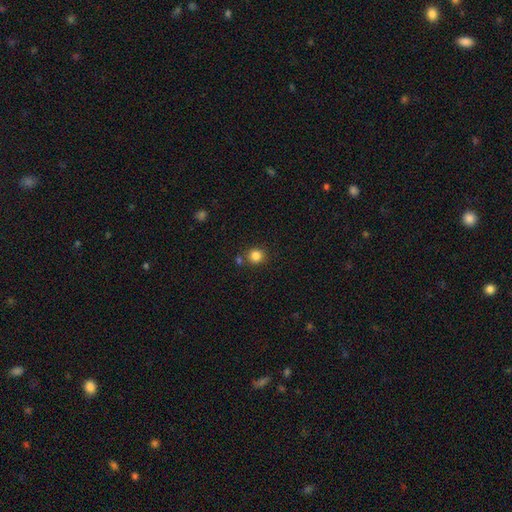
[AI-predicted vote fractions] A smooth galaxy with no disk features (84%) that is round (90%). Merging: none (80%).